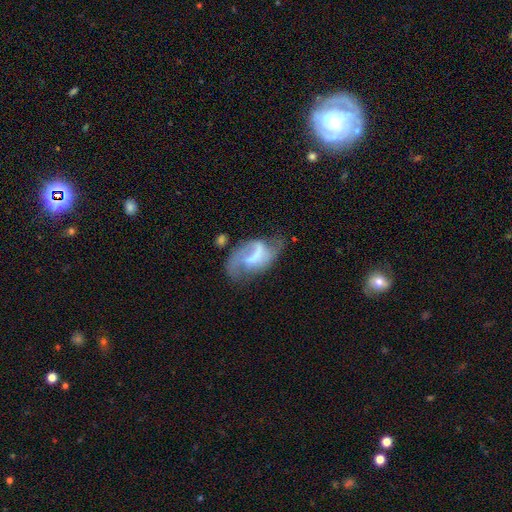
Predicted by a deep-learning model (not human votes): A featured or disk galaxy (68%) with a weak bar (43%), 2 (61%) loose (47%) spiral arms (78%) and no central bulge (51%). Merging: none (38%).